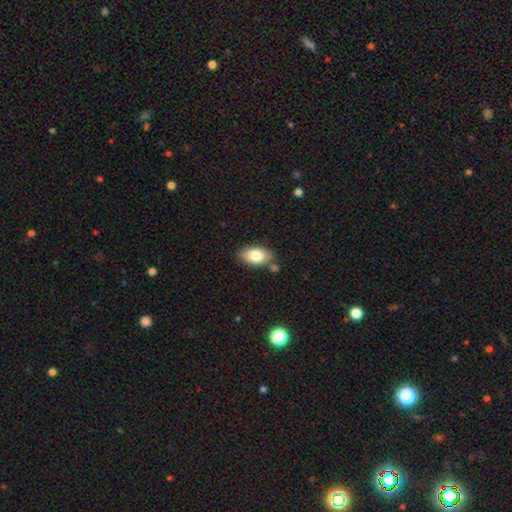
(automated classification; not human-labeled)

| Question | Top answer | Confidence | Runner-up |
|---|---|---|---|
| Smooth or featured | smooth | 80% | featured or disk (13%) |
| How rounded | in between | 91% | round (7%) |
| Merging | none | 76% | minor disturbance (13%) |